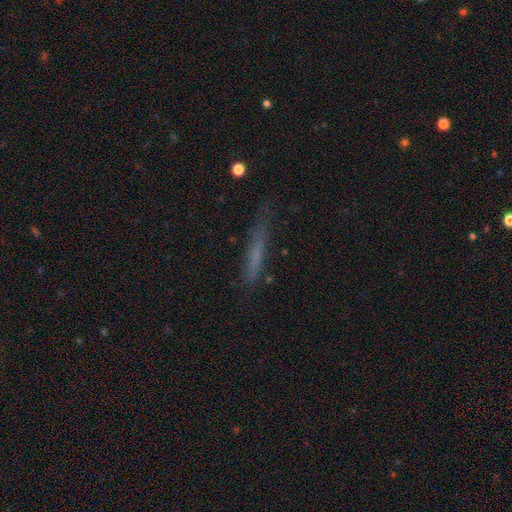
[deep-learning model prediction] Smooth or featured? Predicted: smooth (p=0.58). How rounded? Predicted: cigar-shaped (p=0.92). Merging? Predicted: none (p=0.71).